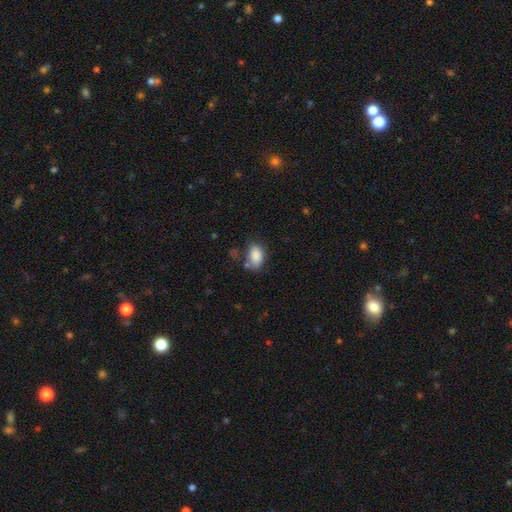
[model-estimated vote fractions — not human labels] Overall: smooth (87%). How rounded: in between (88%). Merging: none (61%; minor disturbance 24%).